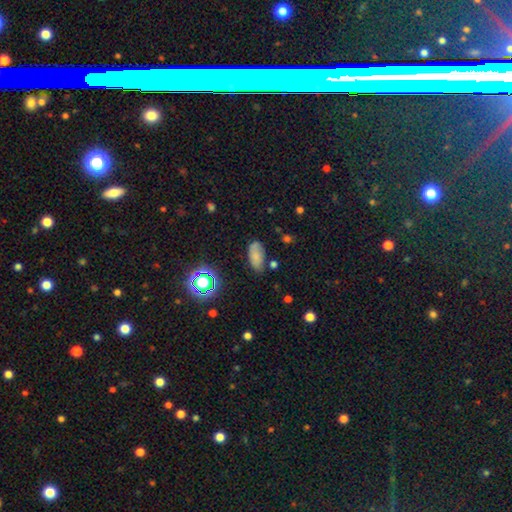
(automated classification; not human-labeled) Q: Smooth or featured?
A: smooth (72%); runner-up: star or artifact (15%)
Q: How rounded?
A: in between (90%); runner-up: cigar-shaped (6%)
Q: Merging?
A: none (65%); runner-up: minor disturbance (25%)